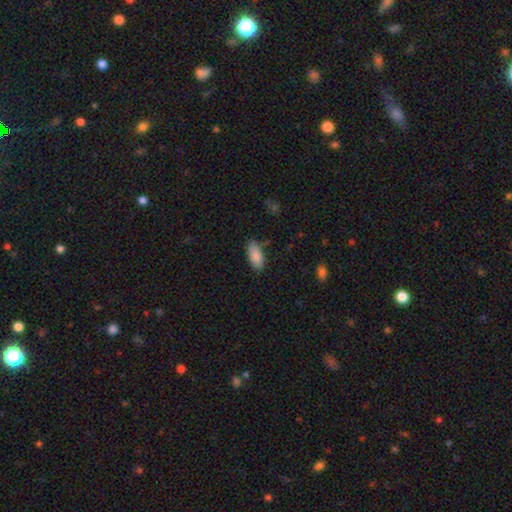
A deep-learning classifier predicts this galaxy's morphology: This appears to be a smooth galaxy with no disk features (88%) that is in between round and cigar-shaped (90%). Merging: none (79%).